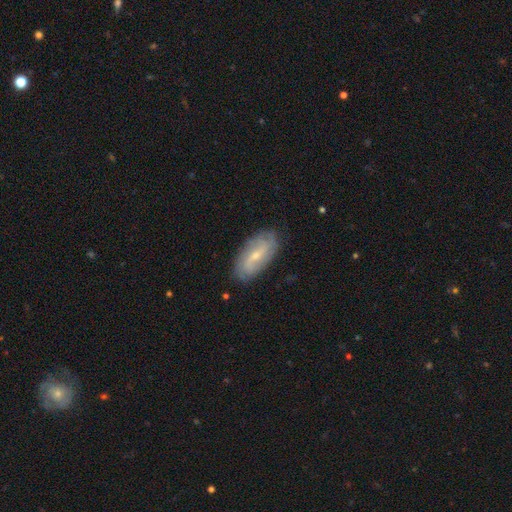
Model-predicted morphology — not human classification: Q: Smooth or featured?
A: featured or disk (71%); runner-up: smooth (23%)
Q: Edge-on disk?
A: no (91%); runner-up: yes (9%)
Q: Bar?
A: weak (51%); runner-up: no (30%)
Q: Spiral arms?
A: yes (88%); runner-up: no (12%)
Q: Spiral winding?
A: loose (37%); runner-up: medium (35%)
Q: Spiral arm count?
A: 2 (59%); runner-up: can't tell (24%)
Q: Bulge size?
A: small (69%); runner-up: moderate (26%)
Q: Merging?
A: none (84%); runner-up: minor disturbance (12%)